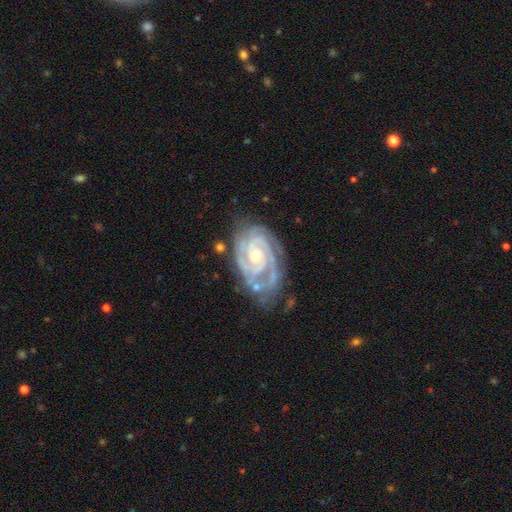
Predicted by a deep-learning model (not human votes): Smooth or featured?
  - featured or disk: 92% *
  - star or artifact: 5%
  - smooth: 3%
Edge-on disk?
  - no: 97% *
  - yes: 3%
Bar?
  - no: 63% *
  - weak: 28%
  - strong: 9%
Spiral arms?
  - yes: 99% *
  - no: 1%
Spiral winding?
  - tight: 76% *
  - medium: 21%
  - loose: 2%
Spiral arm count?
  - 2: 38% *
  - 3: 32%
  - 4: 11%
  - can't tell: 11%
  - more than 4: 4%
  - 1: 4%
Bulge size?
  - small: 58% *
  - moderate: 38%
  - none: 2%
  - large: 2%
  - dominant: 1%
Merging?
  - none: 69% *
  - minor disturbance: 21%
  - major disturbance: 7%
  - merger: 3%